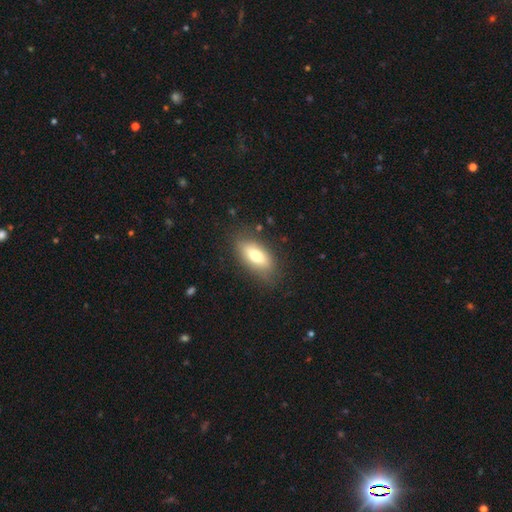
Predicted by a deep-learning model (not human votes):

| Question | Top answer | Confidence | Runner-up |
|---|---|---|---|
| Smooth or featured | smooth | 74% | featured or disk (19%) |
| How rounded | in between | 84% | cigar-shaped (13%) |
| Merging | none | 78% | minor disturbance (16%) |